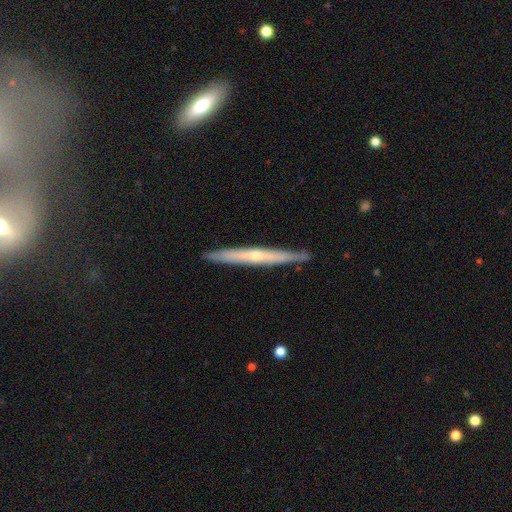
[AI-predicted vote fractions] smooth_or_featured: featured or disk (p=0.66) [alt: smooth p=0.29]
disk_edge_on: yes (p=0.95) [alt: no p=0.05]
edge_on_bulge: rounded (p=0.61) [alt: none p=0.36]
merging: none (p=0.89) [alt: minor disturbance p=0.09]